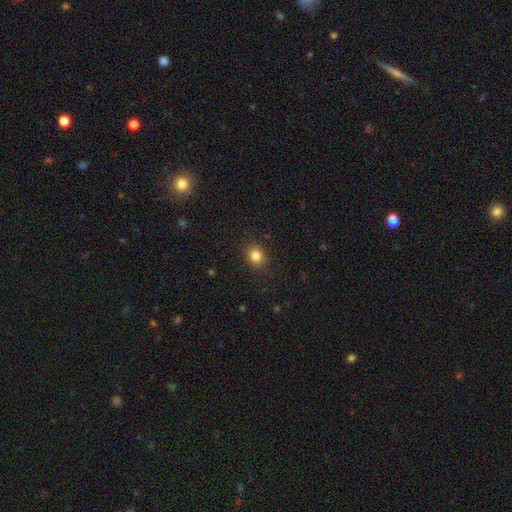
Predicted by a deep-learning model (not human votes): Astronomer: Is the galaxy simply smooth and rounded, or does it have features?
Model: smooth — 83%.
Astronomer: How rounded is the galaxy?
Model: round — 72%.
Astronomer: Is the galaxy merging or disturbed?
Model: none — 89%.